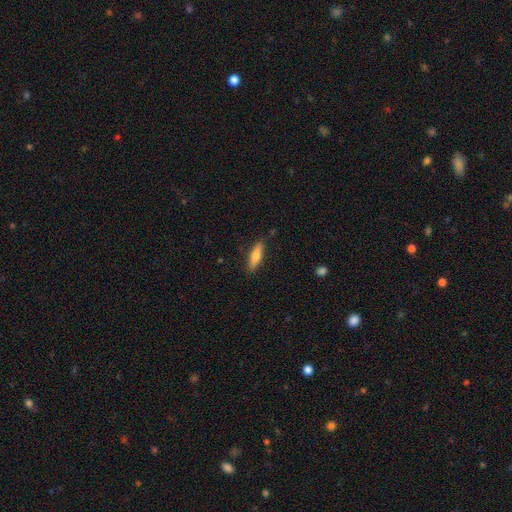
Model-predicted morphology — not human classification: This is likely a smooth galaxy (70%). How rounded: likely cigar-shaped (65%). Merging: clearly none (87%).